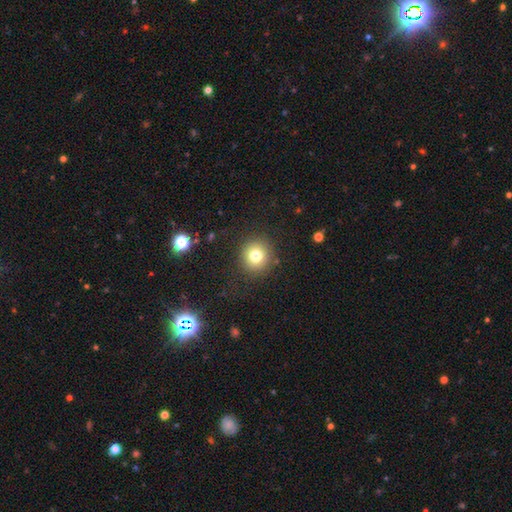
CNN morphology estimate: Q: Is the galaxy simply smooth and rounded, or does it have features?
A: smooth — 77%.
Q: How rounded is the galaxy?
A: round — 91%.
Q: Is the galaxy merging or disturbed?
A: none — 88%.